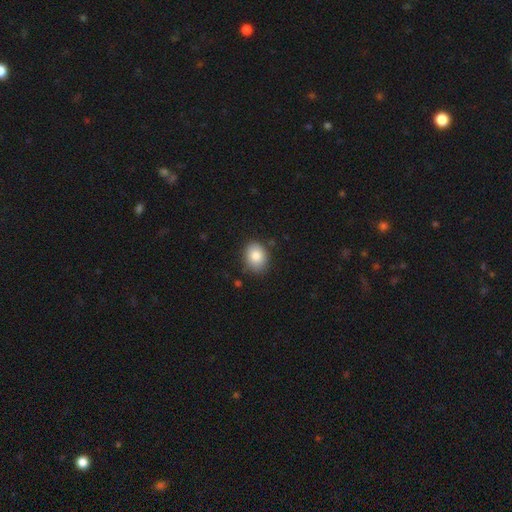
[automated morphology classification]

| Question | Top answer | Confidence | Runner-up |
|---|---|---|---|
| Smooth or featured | smooth | 84% | featured or disk (8%) |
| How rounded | in between | 56% | round (43%) |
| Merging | none | 82% | minor disturbance (14%) |